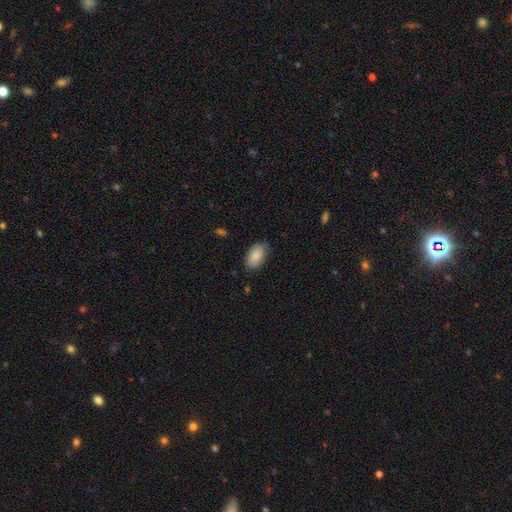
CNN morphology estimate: This is clearly a smooth galaxy (87%). How rounded: clearly in between (93%). Merging: likely none (80%).